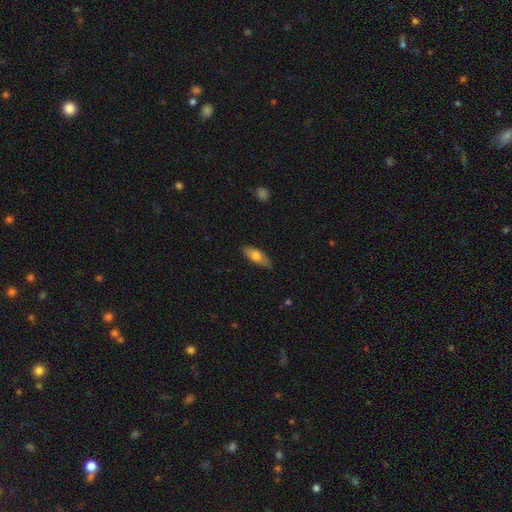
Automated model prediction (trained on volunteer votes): This is likely a smooth galaxy (67%). How rounded: likely in between (71%). Merging: clearly none (81%).